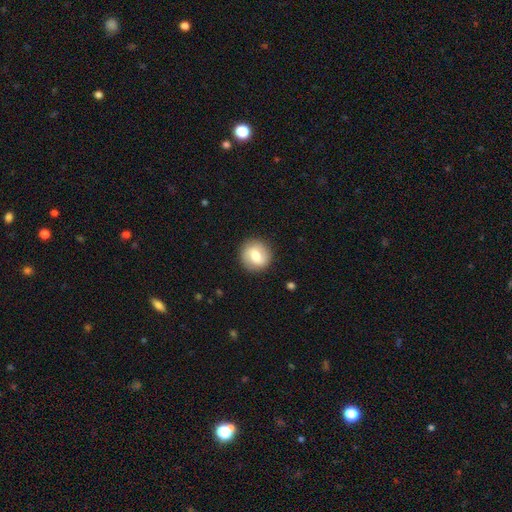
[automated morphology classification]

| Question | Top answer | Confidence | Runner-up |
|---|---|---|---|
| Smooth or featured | smooth | 58% | featured or disk (35%) |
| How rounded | round | 90% | in between (9%) |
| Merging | none | 89% | minor disturbance (8%) |